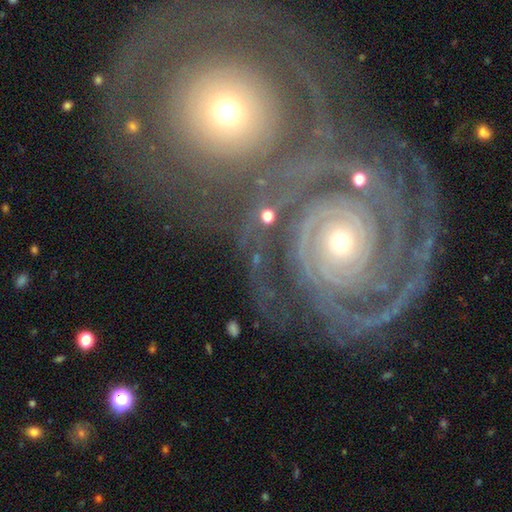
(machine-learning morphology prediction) featured or disk 88%, star or artifact 6%, smooth 6%. Down the decision tree: edge-on disk — no (97%); bar — no (77%); spiral arms — yes (97%); spiral arm count — 2 (47%); spiral winding — tight (82%); bulge size — small (59%); merging — none (53%).